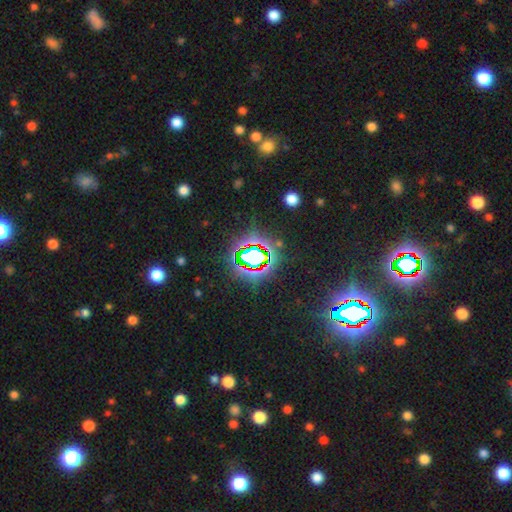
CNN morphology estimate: Smooth or featured? Predicted: star or artifact (p=0.81).